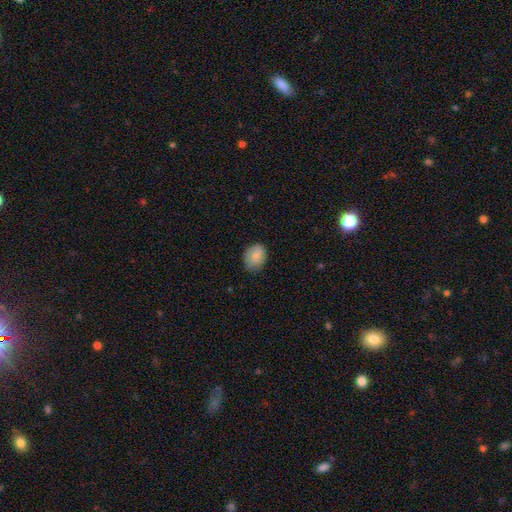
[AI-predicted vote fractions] Smooth or featured?
  - smooth: 83% *
  - featured or disk: 10%
  - star or artifact: 7%
How rounded?
  - in between: 67% *
  - round: 32%
  - cigar-shaped: 1%
Merging?
  - none: 77% *
  - minor disturbance: 19%
  - major disturbance: 3%
  - merger: 1%